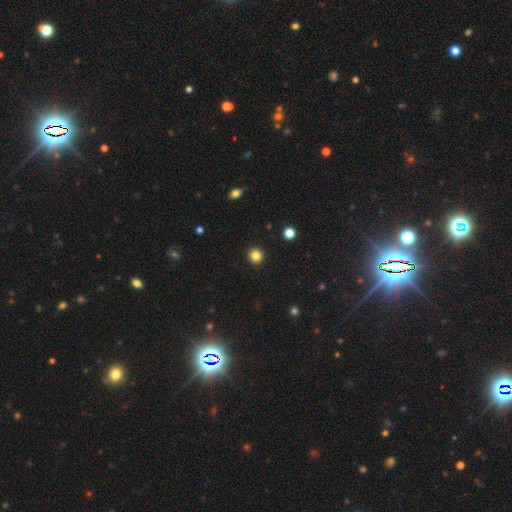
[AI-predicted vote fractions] Smooth or featured: smooth — 84% (star or artifact — 11%)
How rounded: round — 93% (in between — 6%)
Merging: none — 93% (minor disturbance — 4%)